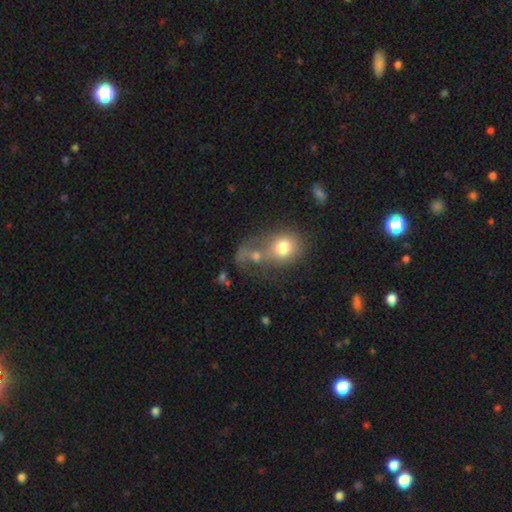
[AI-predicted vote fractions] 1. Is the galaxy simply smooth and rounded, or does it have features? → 62% smooth, 21% featured or disk, 17% star or artifact.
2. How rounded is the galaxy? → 65% round, 33% in between, 2% cigar-shaped.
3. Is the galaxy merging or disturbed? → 54% merger, 23% none, 14% major disturbance, 10% minor disturbance.